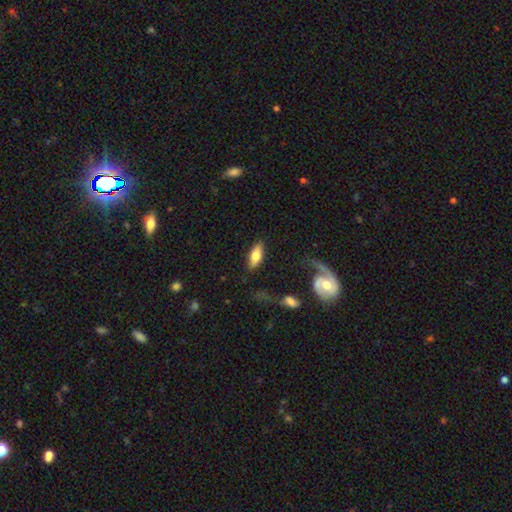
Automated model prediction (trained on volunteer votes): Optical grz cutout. It shows a smooth galaxy with no disk features (66%) that is in between round and cigar-shaped (76%). Merging: none (82%).